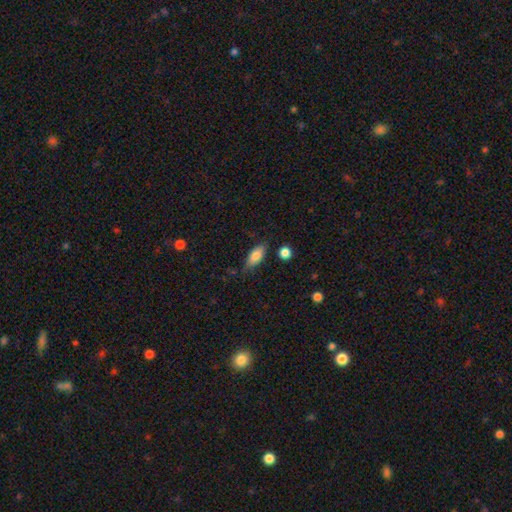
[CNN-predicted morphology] smooth-or-featured: smooth: 81% | featured or disk: 12% | star or artifact: 7%
  how-rounded: in between: 83% | cigar-shaped: 14% | round: 3%
  merging: none: 75% | minor disturbance: 18% | major disturbance: 4% | merger: 3%